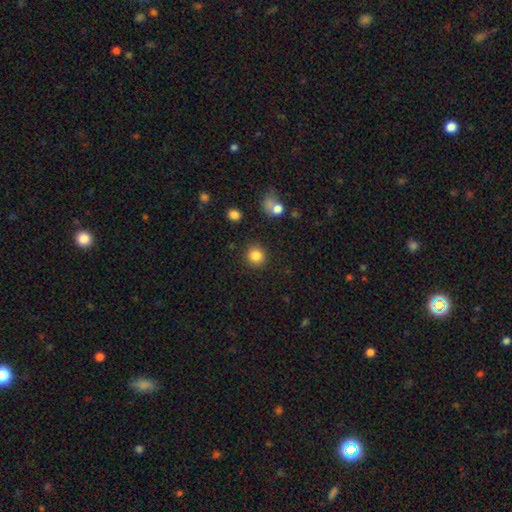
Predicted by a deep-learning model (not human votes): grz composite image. It shows a smooth galaxy with no disk features (85%) that is round (89%). Merging: none (88%).